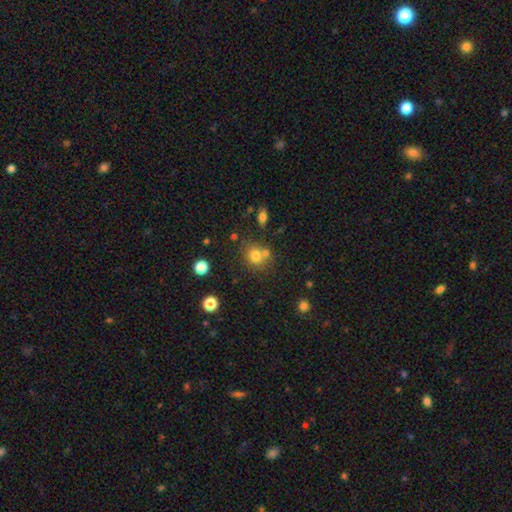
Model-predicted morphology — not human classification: A smooth galaxy with no disk features (75%) that is round (73%).

Vote fractions:
- Smooth or featured? smooth: 75% / star or artifact: 15% / featured or disk: 10%
- How rounded? round: 73% / in between: 26% / cigar-shaped: 1%
- Merging? none: 59% / merger: 25% / minor disturbance: 12% / major disturbance: 4%